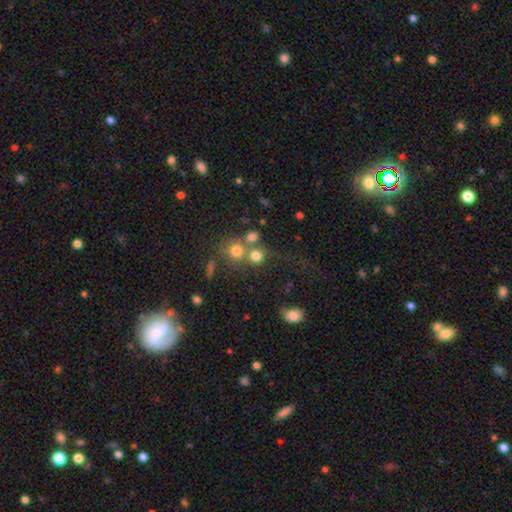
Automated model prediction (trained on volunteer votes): Smooth or featured?
  - smooth: 74% *
  - star or artifact: 15%
  - featured or disk: 11%
How rounded?
  - round: 84% *
  - in between: 15%
  - cigar-shaped: 1%
Merging?
  - none: 48% *
  - merger: 37%
  - minor disturbance: 9%
  - major disturbance: 6%